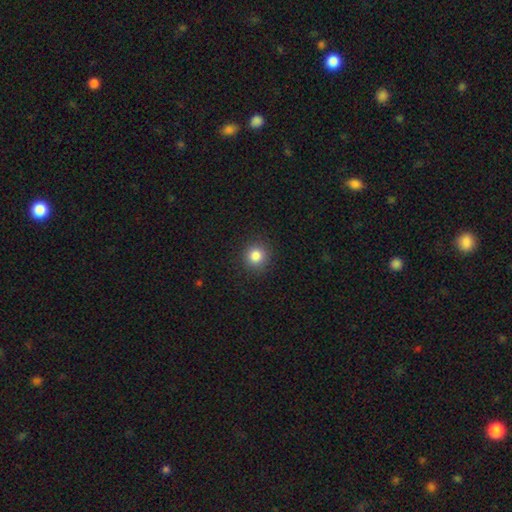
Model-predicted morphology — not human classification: A smooth galaxy with no disk features (84%) that is round (93%). Merging: none (91%).